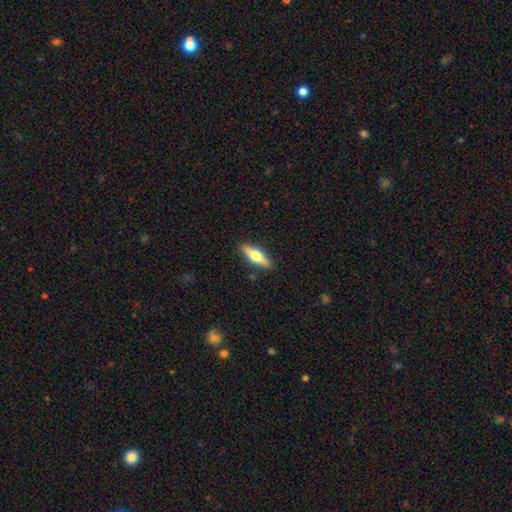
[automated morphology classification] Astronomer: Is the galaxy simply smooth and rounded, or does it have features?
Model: featured or disk — 50% (runner-up: smooth, 44%).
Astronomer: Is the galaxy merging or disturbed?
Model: none — 89%.